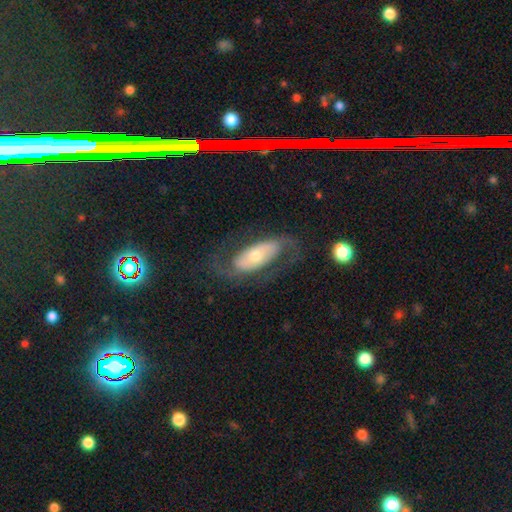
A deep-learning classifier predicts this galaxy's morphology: A featured or disk galaxy (71%) with no bar (56%), 2 (84%) medium (43%) spiral arms (83%) and a moderate central bulge (50%). Merging: none (66%).